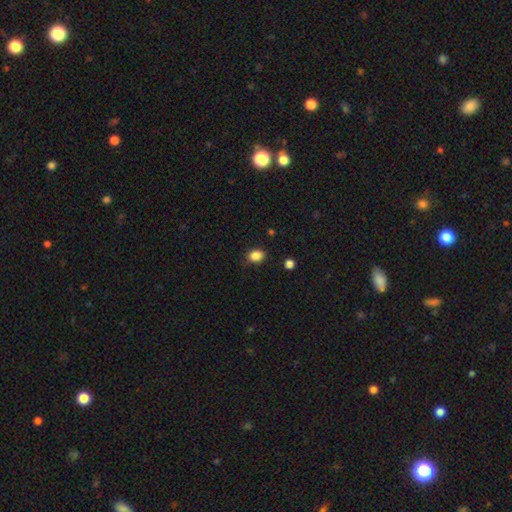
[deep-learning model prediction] smooth-or-featured: smooth: 86% | star or artifact: 10% | featured or disk: 4%
  how-rounded: in between: 62% | round: 37% | cigar-shaped: 1%
  merging: none: 83% | minor disturbance: 13% | major disturbance: 3% | merger: 2%